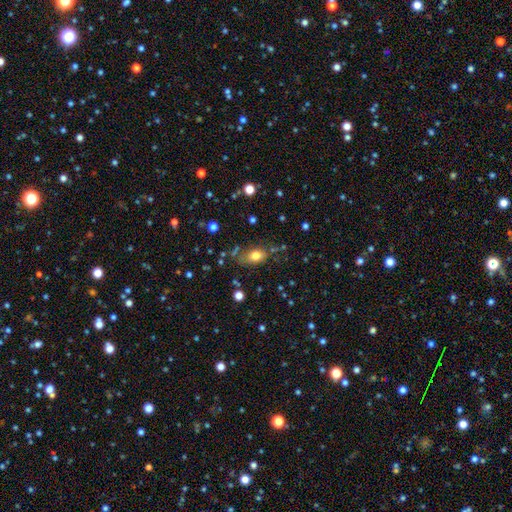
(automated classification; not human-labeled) This appears to be a smooth galaxy with no disk features (77%) that is in between round and cigar-shaped (80%). Merging: none (69%).